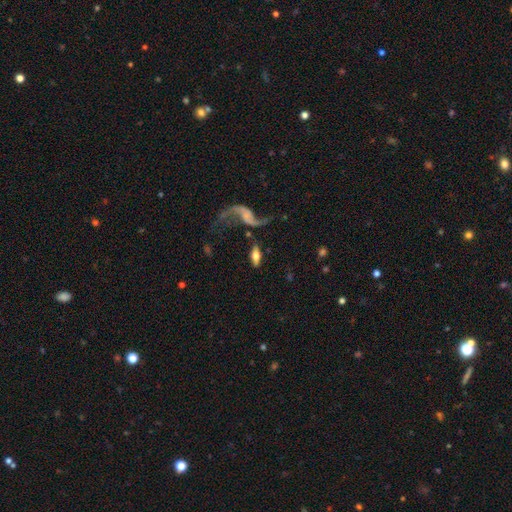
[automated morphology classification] Smooth or featured? featured or disk (58%)
Edge-on disk? no (57%)
Merging? none (65%)